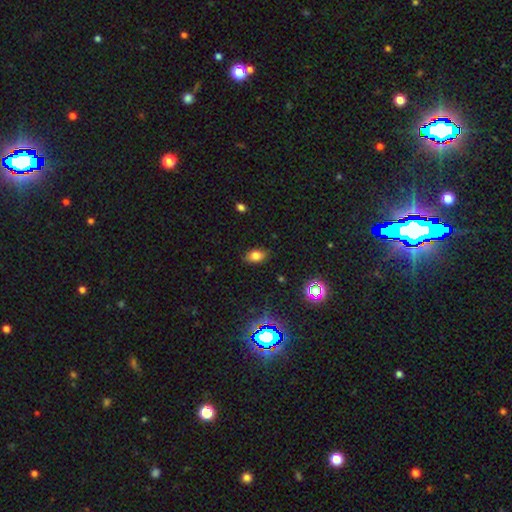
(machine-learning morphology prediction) type=smooth (76%); roundness=in between (84%); merging=none (84%).